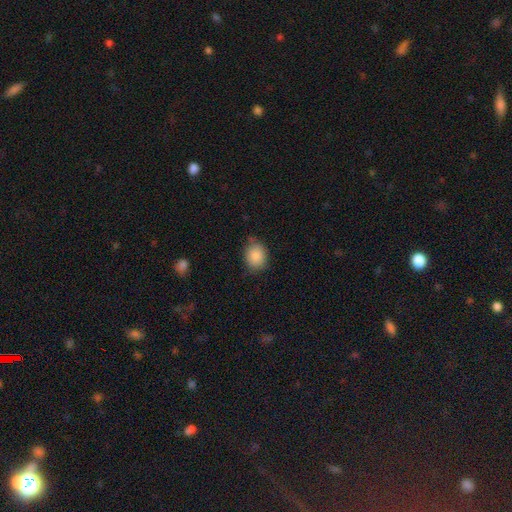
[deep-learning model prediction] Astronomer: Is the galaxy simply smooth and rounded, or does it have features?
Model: smooth — 87%.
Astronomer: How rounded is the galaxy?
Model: round — 55% (runner-up: in between, 44%).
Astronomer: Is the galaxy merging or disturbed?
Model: none — 77%.